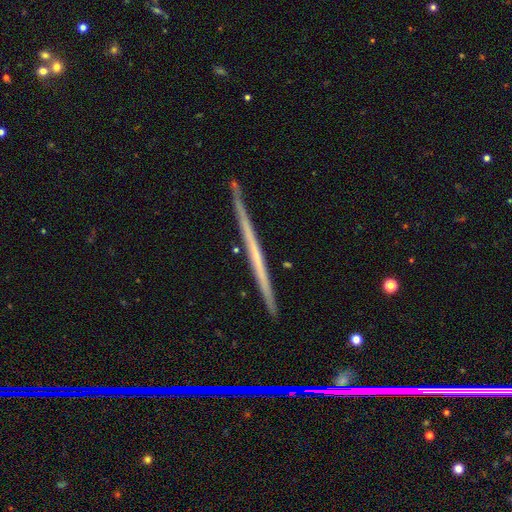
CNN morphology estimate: Smooth or featured? Predicted: featured or disk (p=0.63). Edge-on disk? Predicted: yes (p=0.98). Edge-on bulge? Predicted: none (p=0.90). Merging? Predicted: none (p=0.90).